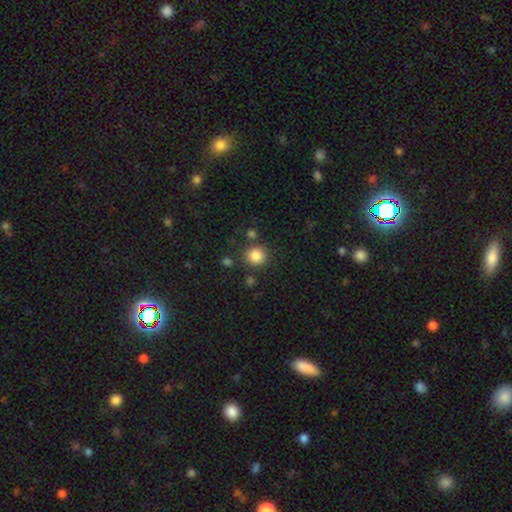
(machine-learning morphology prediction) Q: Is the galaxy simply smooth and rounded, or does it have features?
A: smooth — 85%.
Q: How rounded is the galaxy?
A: round — 90%.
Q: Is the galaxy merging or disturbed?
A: none — 83%.